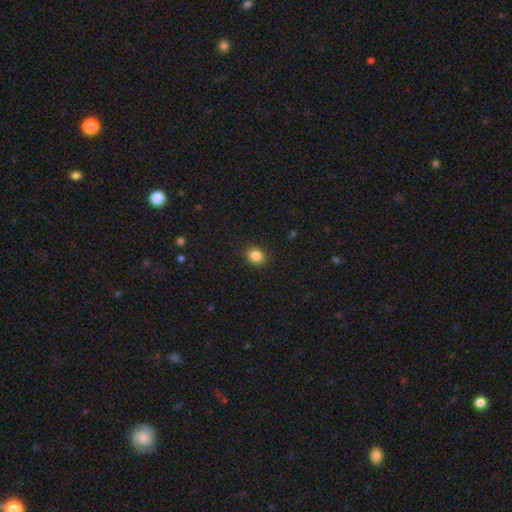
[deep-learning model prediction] smooth 85%, star or artifact 11%, featured or disk 4%. Down the decision tree: how rounded — round (69%); merging — none (88%).